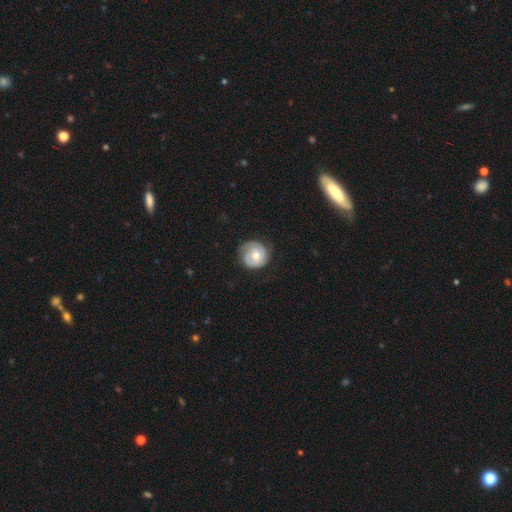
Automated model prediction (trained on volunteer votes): Smooth or featured? Predicted: featured or disk (p=0.47). Merging? Predicted: none (p=0.71).